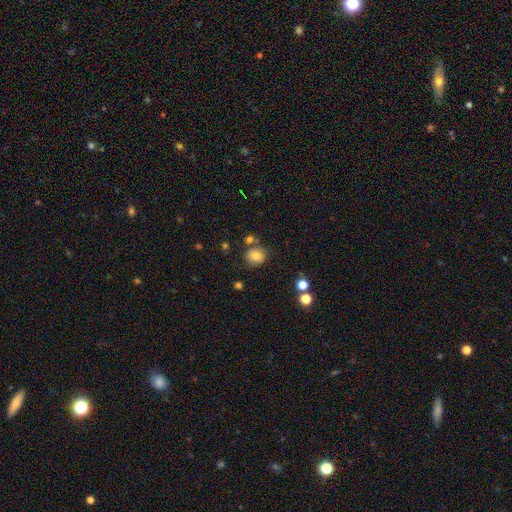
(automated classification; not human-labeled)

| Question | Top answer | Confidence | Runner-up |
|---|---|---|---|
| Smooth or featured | smooth | 80% | star or artifact (12%) |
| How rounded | round | 77% | in between (22%) |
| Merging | none | 76% | minor disturbance (12%) |